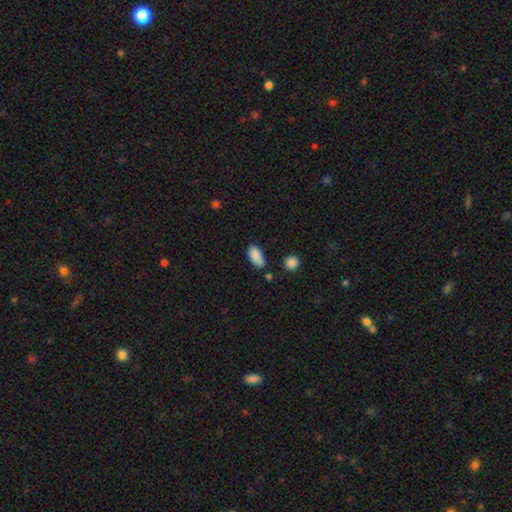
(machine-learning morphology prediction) Smooth or featured? smooth (88%)
How rounded? in between (89%)
Merging? none (72%)